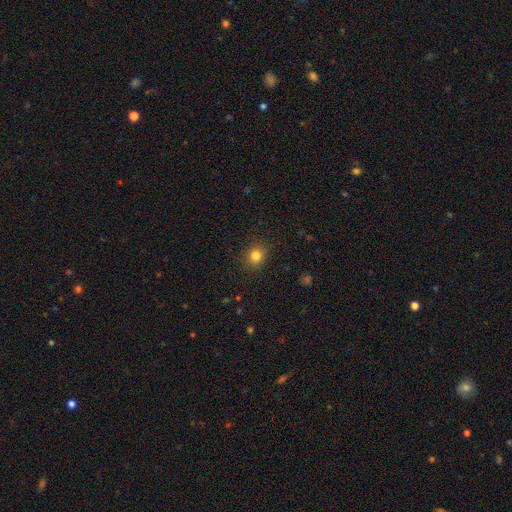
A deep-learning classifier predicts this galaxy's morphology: smooth 82%, star or artifact 13%, featured or disk 6%. Down the decision tree: how rounded — round (83%); merging — none (89%).